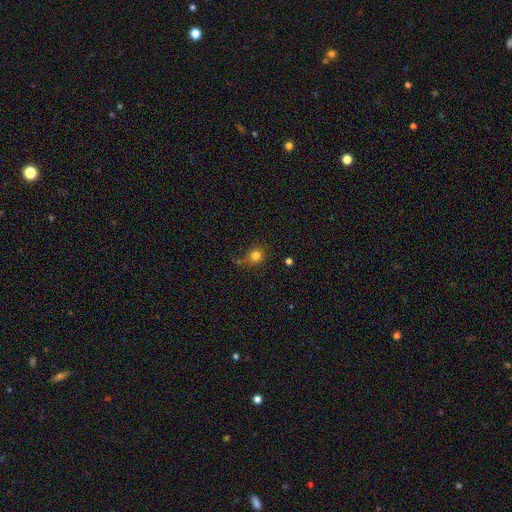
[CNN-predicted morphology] Smooth or featured: smooth — 80% (star or artifact — 13%)
How rounded: round — 81% (in between — 18%)
Merging: none — 70% (minor disturbance — 18%)